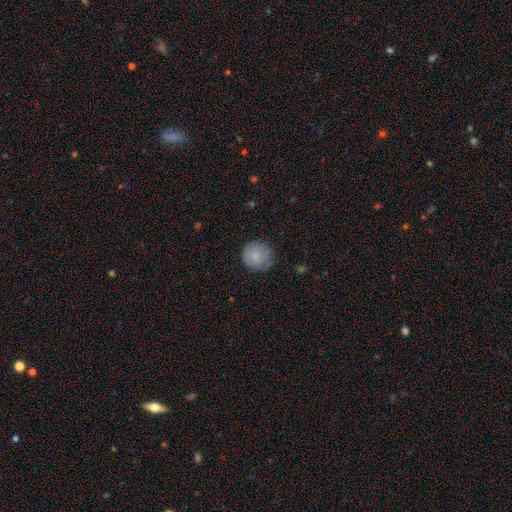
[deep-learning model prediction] Smooth or featured?
  - smooth: 82% *
  - featured or disk: 11%
  - star or artifact: 7%
How rounded?
  - round: 93% *
  - in between: 6%
  - cigar-shaped: 1%
Merging?
  - none: 80% *
  - minor disturbance: 15%
  - major disturbance: 4%
  - merger: 1%